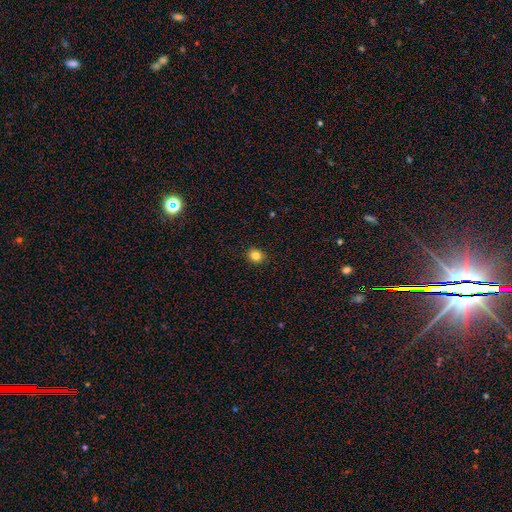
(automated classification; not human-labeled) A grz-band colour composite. It shows a smooth galaxy with no disk features (82%) that is round (72%). Merging: none (92%).